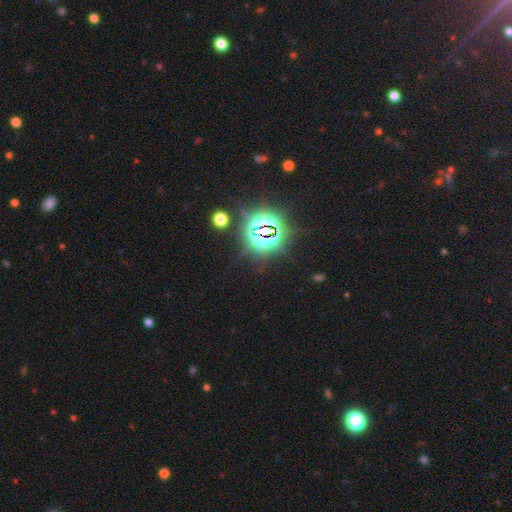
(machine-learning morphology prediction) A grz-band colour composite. It shows a star or artifact, not a galaxy (84%).